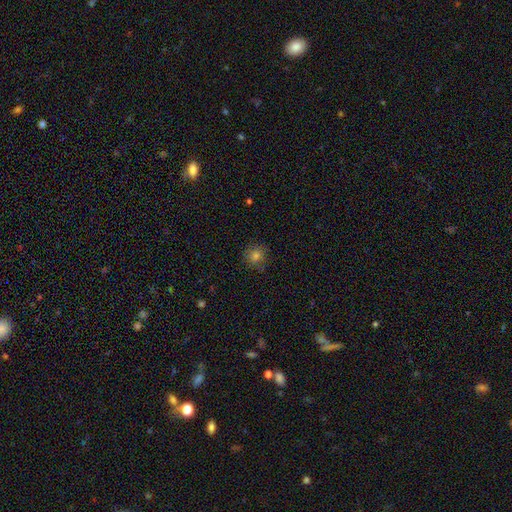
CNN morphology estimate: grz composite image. It shows a smooth galaxy with no disk features (78%) that is round (90%). Merging: none (87%).